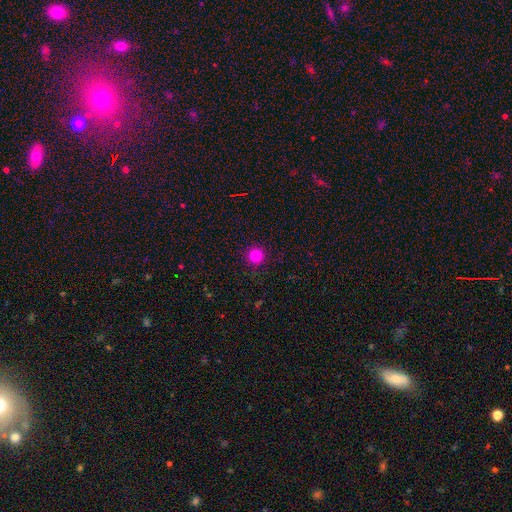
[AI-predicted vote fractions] Morphology: type=smooth (83%); roundness=round (96%); merging=none (92%).